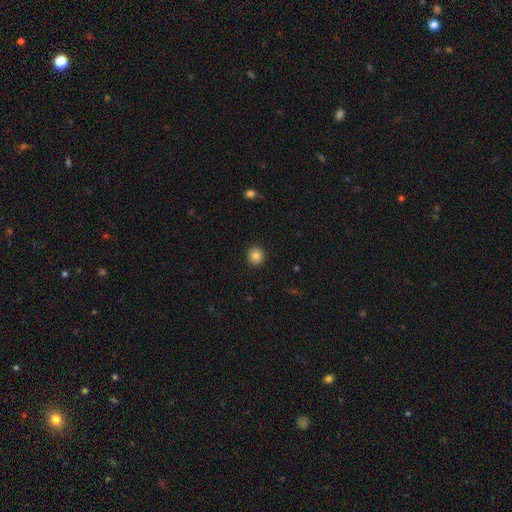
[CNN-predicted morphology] Smooth or featured? smooth (84%)
How rounded? round (92%)
Merging? none (92%)